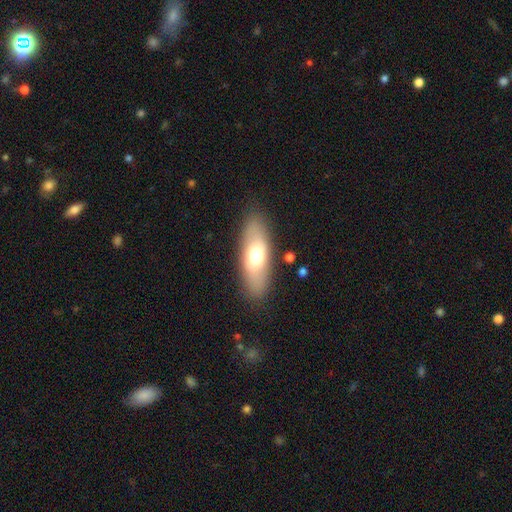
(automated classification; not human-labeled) This is likely a smooth galaxy (65%). How rounded: likely in between (67%). Merging: clearly none (85%).